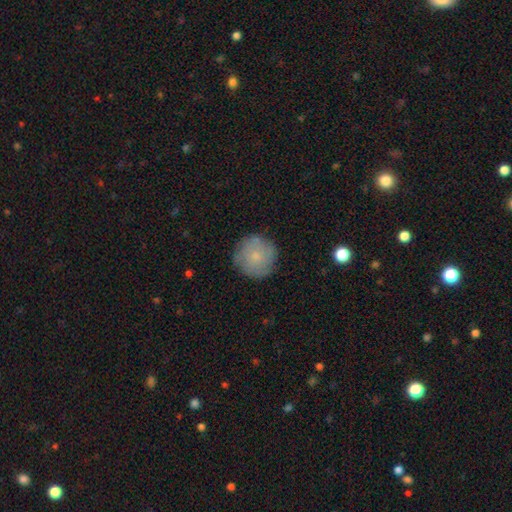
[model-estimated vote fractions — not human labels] This appears to be a smooth galaxy with no disk features (70%) that is round (95%). Merging: none (83%).